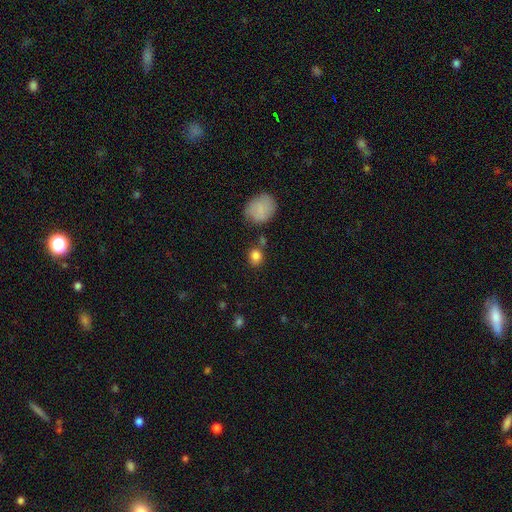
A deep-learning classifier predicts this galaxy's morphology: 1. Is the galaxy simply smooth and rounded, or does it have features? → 83% smooth, 11% star or artifact, 6% featured or disk.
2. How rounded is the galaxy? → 70% round, 29% in between, 1% cigar-shaped.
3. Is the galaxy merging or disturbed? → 75% none, 13% minor disturbance, 9% merger, 4% major disturbance.